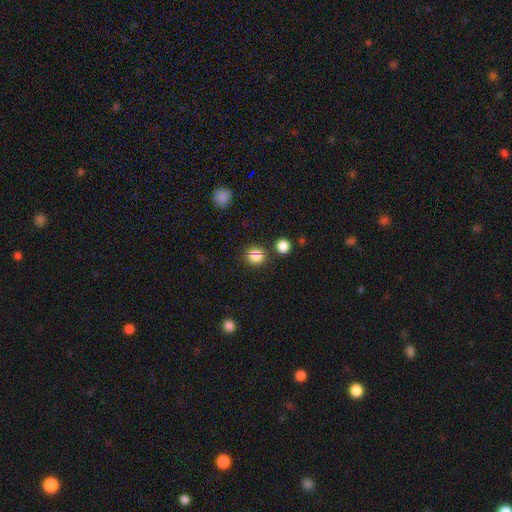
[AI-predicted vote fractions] Smooth or featured? Predicted: smooth (p=0.80). How rounded? Predicted: round (p=0.79). Merging? Predicted: none (p=0.71).